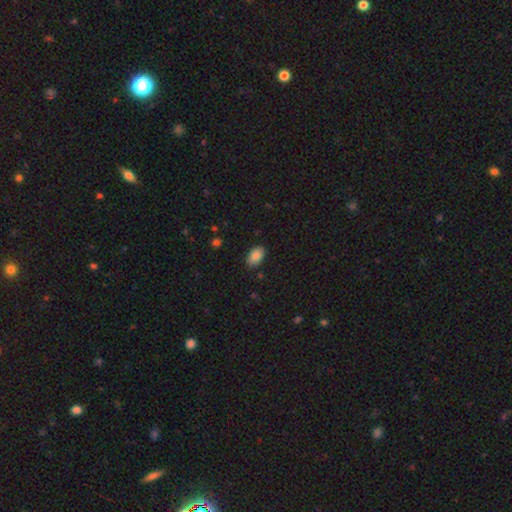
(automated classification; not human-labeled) This appears to be a smooth galaxy with no disk features (84%) that is in between round and cigar-shaped (92%). Merging: none (86%).